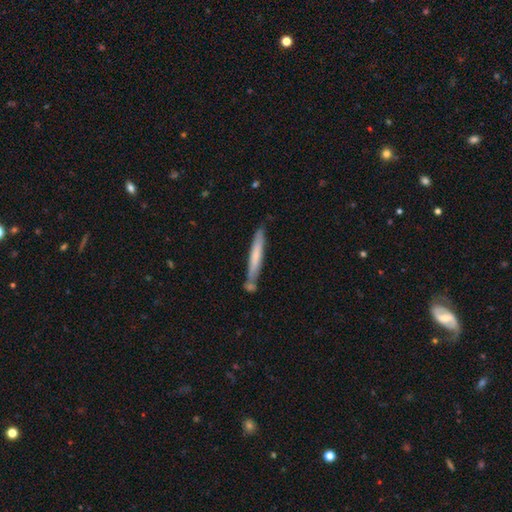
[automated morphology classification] This appears to be a smooth galaxy with no disk features (61%) that is cigar-shaped (95%). Merging: none (70%).